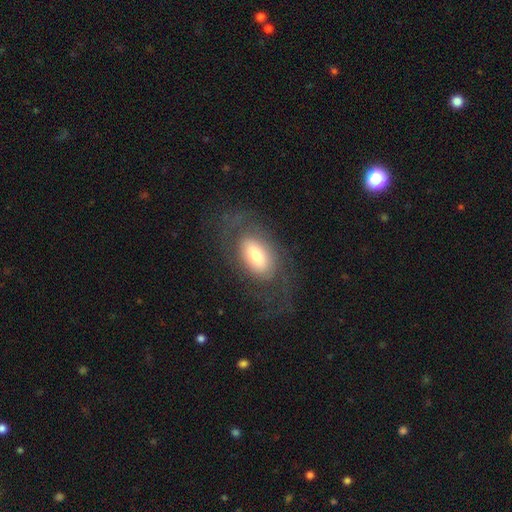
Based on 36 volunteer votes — Q: Smooth or featured?
A: featured or disk (53%); runner-up: smooth (44%)
Q: Edge-on disk?
A: no (84%); runner-up: yes (16%)
Q: Bar?
A: no (44%); runner-up: strong (31%)
Q: Spiral arms?
A: yes (88%); runner-up: no (12%)
Q: Spiral winding?
A: tight (43%); tied with: medium (43%)
Q: Spiral arm count?
A: can't tell (79%); runner-up: more than 4 (14%)
Q: Bulge size?
A: large (44%); tied with: moderate (44%)
Q: Merging?
A: none (69%); runner-up: major disturbance (17%)